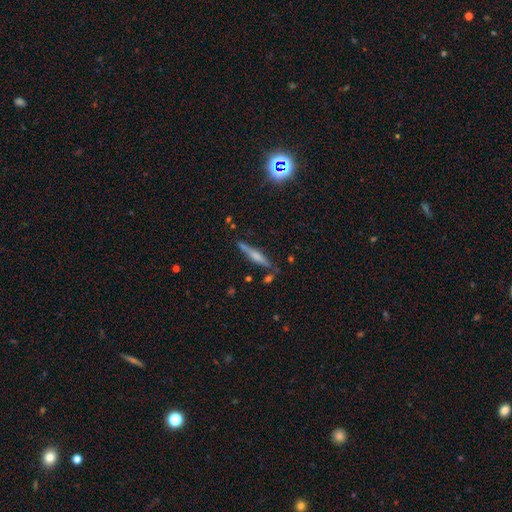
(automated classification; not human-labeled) Smooth or featured: featured or disk — 58% (smooth — 33%)
Edge-on disk: yes — 96% (no — 4%)
Edge-on bulge: rounded — 62% (boxy — 21%)
Merging: none — 82% (minor disturbance — 12%)